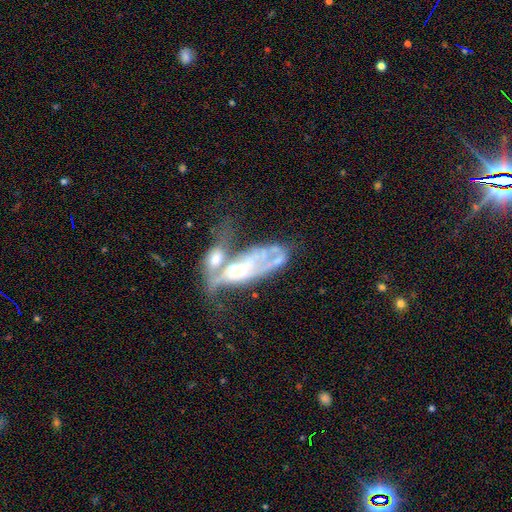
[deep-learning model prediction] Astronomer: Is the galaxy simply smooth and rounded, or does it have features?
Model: featured or disk — 70%.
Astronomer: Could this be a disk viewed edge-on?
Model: no — 88%.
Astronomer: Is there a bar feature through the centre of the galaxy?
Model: no — 75%.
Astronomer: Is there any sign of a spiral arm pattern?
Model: yes — 51% (runner-up: no, 49%).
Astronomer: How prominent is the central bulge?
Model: moderate — 40% (runner-up: small, 39%).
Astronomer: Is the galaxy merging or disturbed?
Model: merger — 67%.